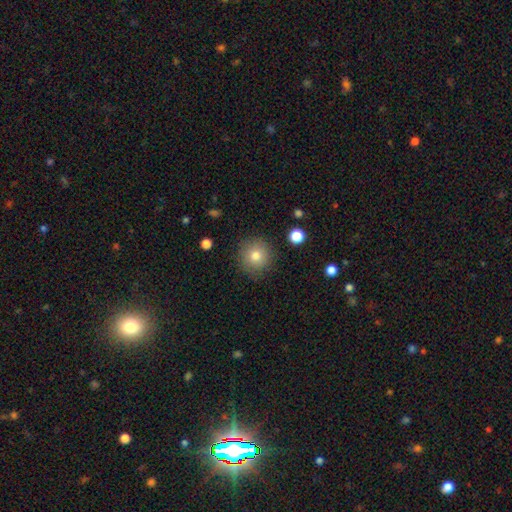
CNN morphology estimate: This is likely a smooth galaxy (80%). How rounded: clearly round (93%). Merging: clearly none (87%).